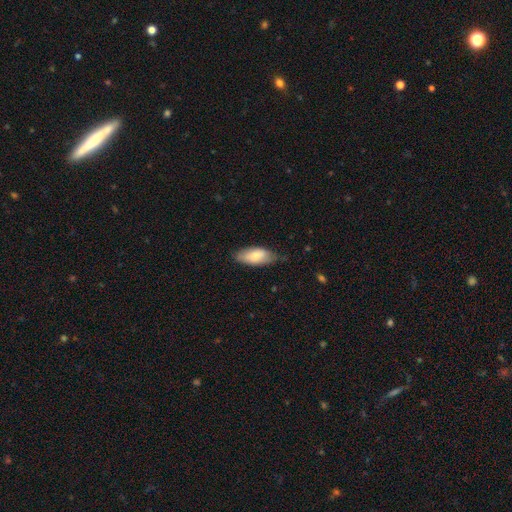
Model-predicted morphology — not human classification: Smooth or featured? Predicted: smooth (p=0.79). How rounded? Predicted: in between (p=0.87). Merging? Predicted: none (p=0.68).